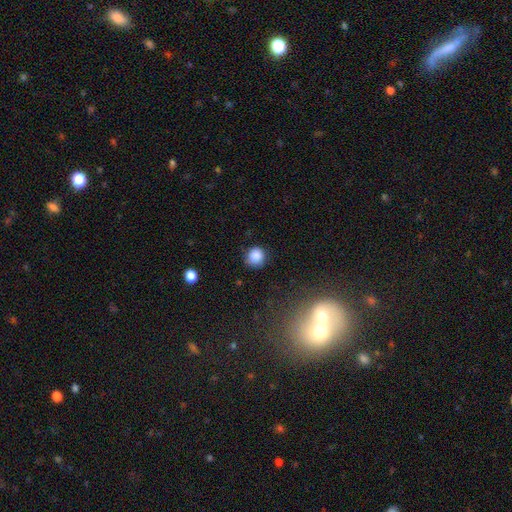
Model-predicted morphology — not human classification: smooth_or_featured: smooth (p=0.85) [alt: star or artifact p=0.10]
how_rounded: round (p=0.88) [alt: in between p=0.11]
merging: none (p=0.76) [alt: minor disturbance p=0.18]